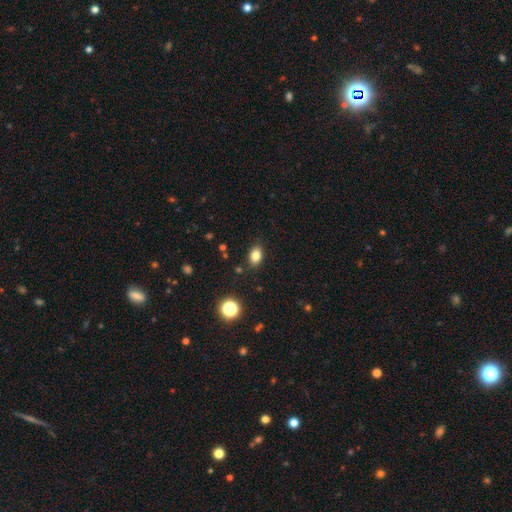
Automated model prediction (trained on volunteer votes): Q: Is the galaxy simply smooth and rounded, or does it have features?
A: smooth — 81%.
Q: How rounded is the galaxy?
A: in between — 79%.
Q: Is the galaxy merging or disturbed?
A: none — 86%.